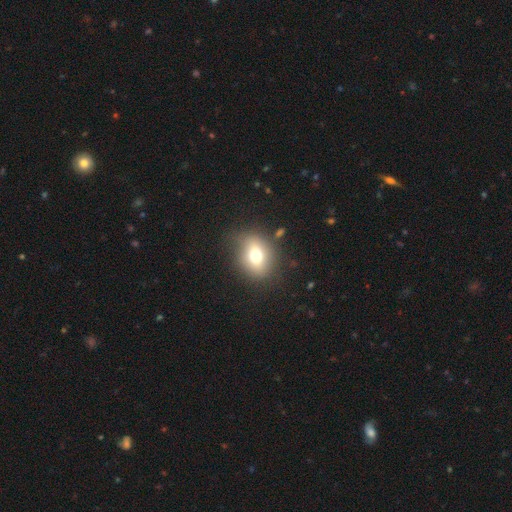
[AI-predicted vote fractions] Smooth or featured? smooth (70%)
How rounded? in between (55%)
Merging? none (78%)